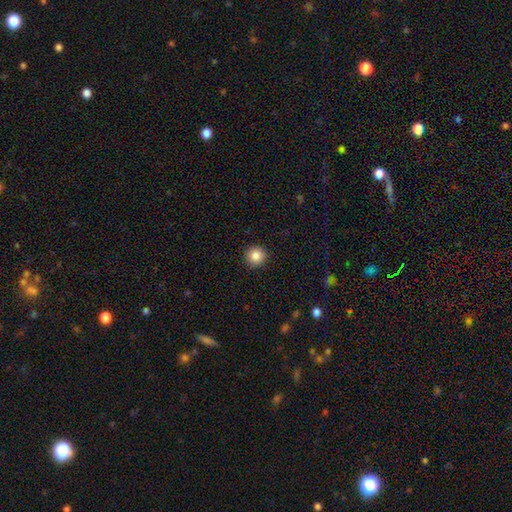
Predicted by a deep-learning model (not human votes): smooth-or-featured: smooth: 85% | star or artifact: 10% | featured or disk: 5%
  how-rounded: round: 94% | in between: 5% | cigar-shaped: 1%
  merging: none: 92% | minor disturbance: 6% | major disturbance: 2% | merger: 1%